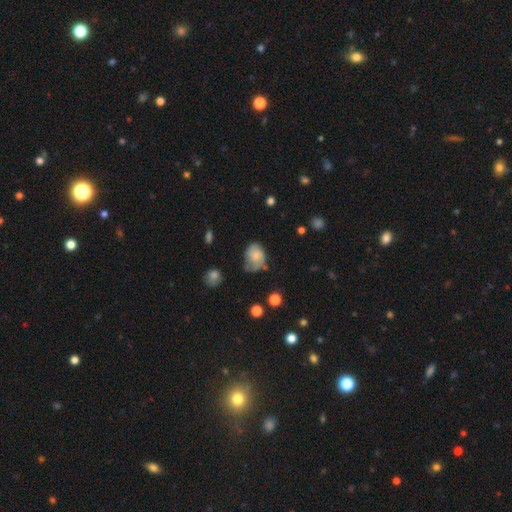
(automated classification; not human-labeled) Smooth or featured?
  - smooth: 57% *
  - featured or disk: 34%
  - star or artifact: 9%
How rounded?
  - in between: 64% *
  - round: 34%
  - cigar-shaped: 1%
Merging?
  - none: 46% *
  - minor disturbance: 34%
  - major disturbance: 16%
  - merger: 4%